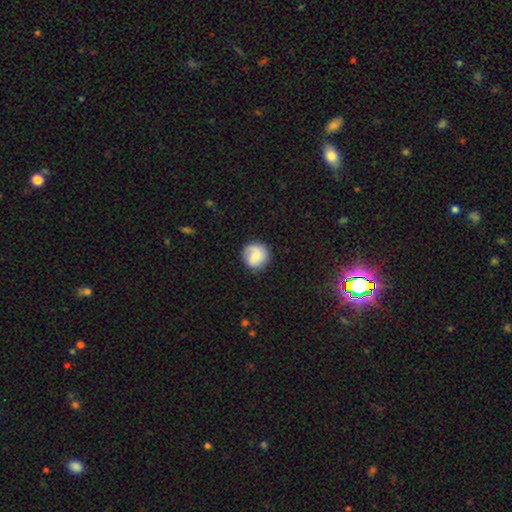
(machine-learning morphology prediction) Q: Smooth or featured?
A: smooth (60%); runner-up: featured or disk (33%)
Q: How rounded?
A: round (92%); runner-up: in between (7%)
Q: Merging?
A: none (81%); runner-up: minor disturbance (13%)